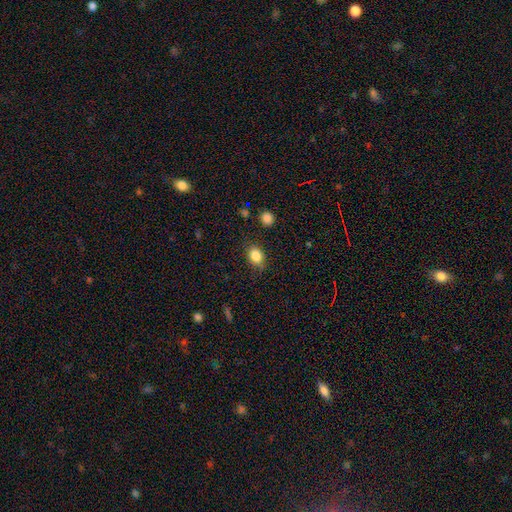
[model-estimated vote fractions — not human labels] Smooth or featured? smooth (85%)
How rounded? in between (67%)
Merging? none (81%)